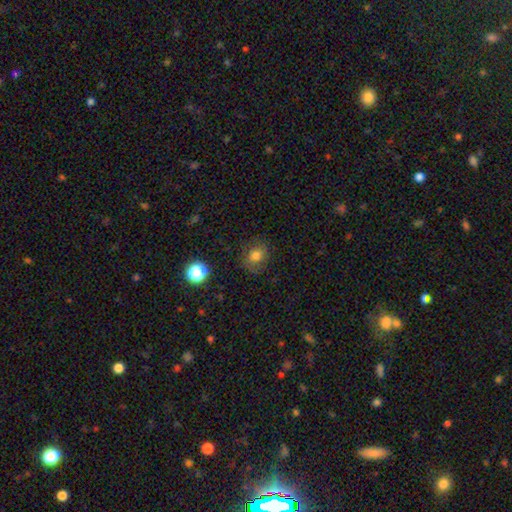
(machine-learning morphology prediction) smooth-or-featured: smooth: 75% | star or artifact: 14% | featured or disk: 12%
  how-rounded: round: 68% | in between: 31% | cigar-shaped: 1%
  merging: none: 74% | minor disturbance: 18% | major disturbance: 7% | merger: 1%